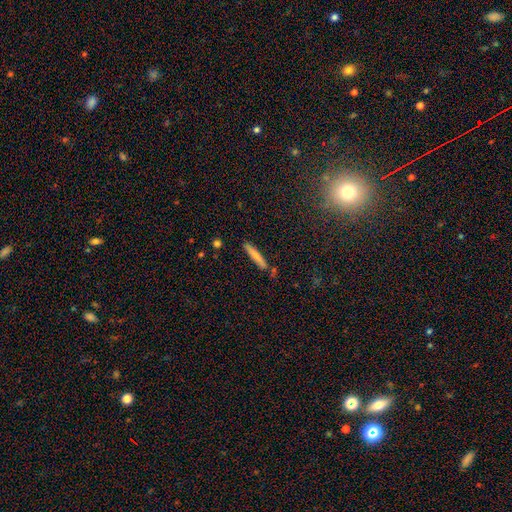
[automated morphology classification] The model was most divided on "smooth or featured": smooth: 76%, featured or disk: 18%, star or artifact: 7%. More confident: how rounded — cigar-shaped (93%); merging — none (81%).